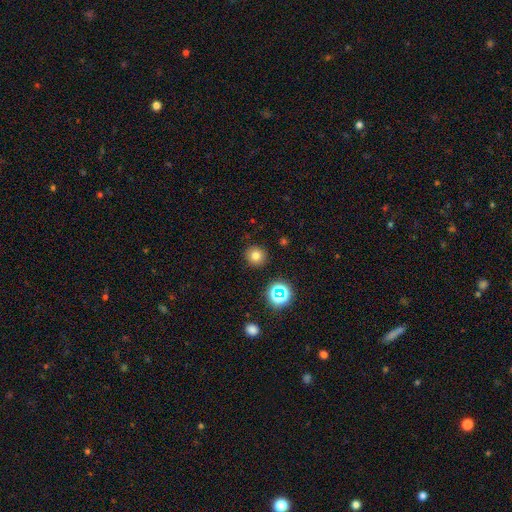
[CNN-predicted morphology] This is likely a smooth galaxy (74%). How rounded: clearly round (94%). Merging: clearly none (90%).